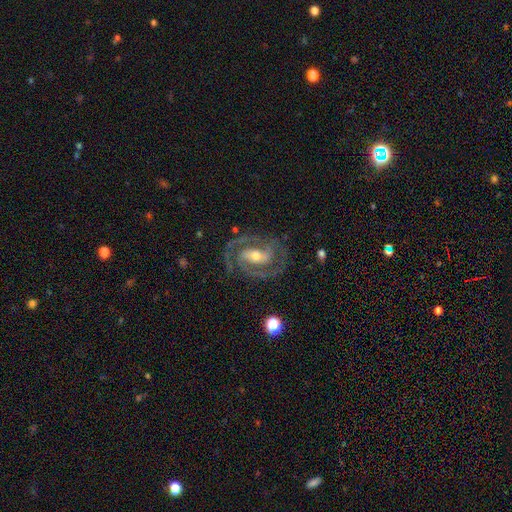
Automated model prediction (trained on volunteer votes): featured or disk 91%, star or artifact 5%, smooth 4%. Down the decision tree: edge-on disk — no (97%); bar — strong (42%); spiral arms — yes (98%); spiral arm count — 2 (84%); spiral winding — tight (55%); bulge size — moderate (52%); merging — none (81%).